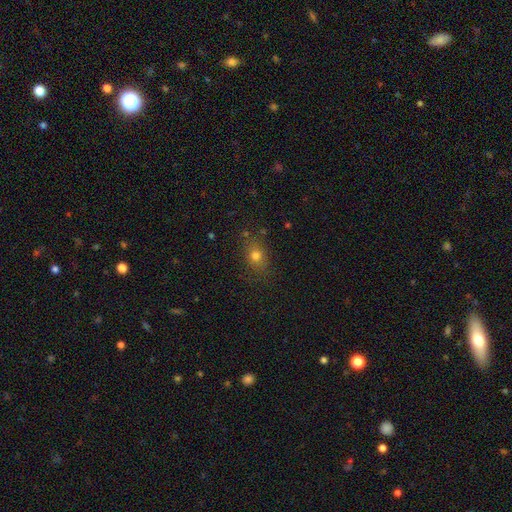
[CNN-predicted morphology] Q: Smooth or featured?
A: smooth (74%); runner-up: star or artifact (15%)
Q: How rounded?
A: in between (56%); runner-up: round (42%)
Q: Merging?
A: none (79%); runner-up: minor disturbance (14%)